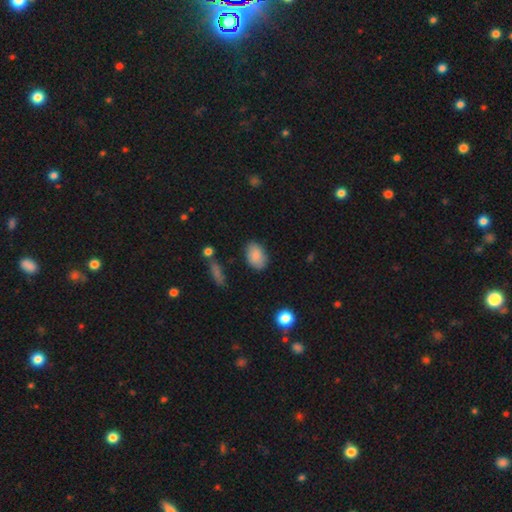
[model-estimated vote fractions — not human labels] Smooth or featured? Predicted: smooth (p=0.86). How rounded? Predicted: in between (p=0.86). Merging? Predicted: none (p=0.79).